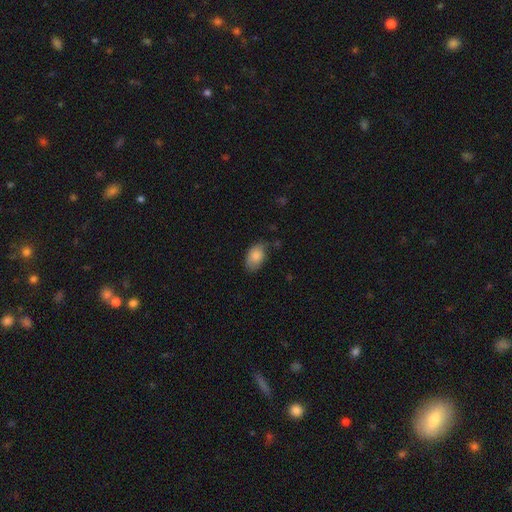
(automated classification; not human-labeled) This is clearly a smooth galaxy (84%). How rounded: clearly in between (90%). Merging: likely none (62%).